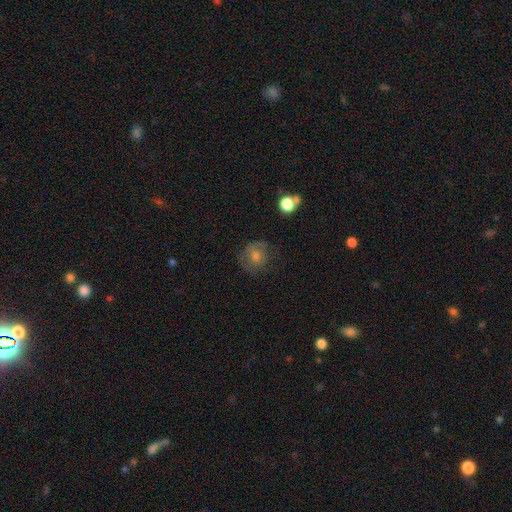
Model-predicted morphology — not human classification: This is marginally a smooth galaxy (44%). Merging: likely none (69%).